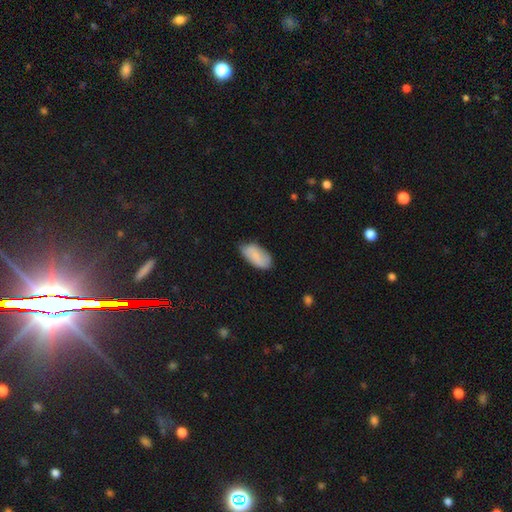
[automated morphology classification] smooth 81%, featured or disk 13%, star or artifact 6%. Down the decision tree: how rounded — in between (93%); merging — none (67%).